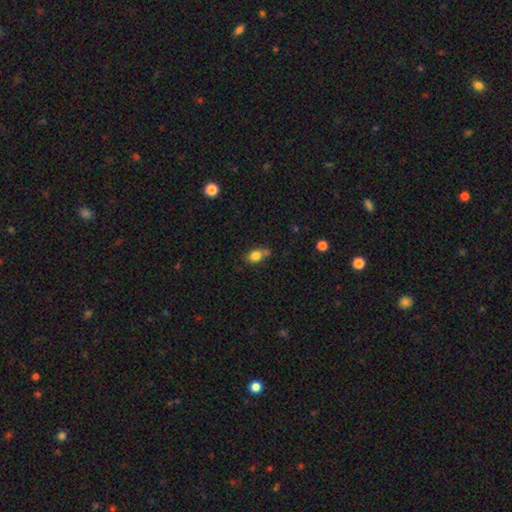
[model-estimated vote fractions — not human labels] smooth 81%, star or artifact 10%, featured or disk 9%. Down the decision tree: how rounded — in between (66%); merging — none (53%).